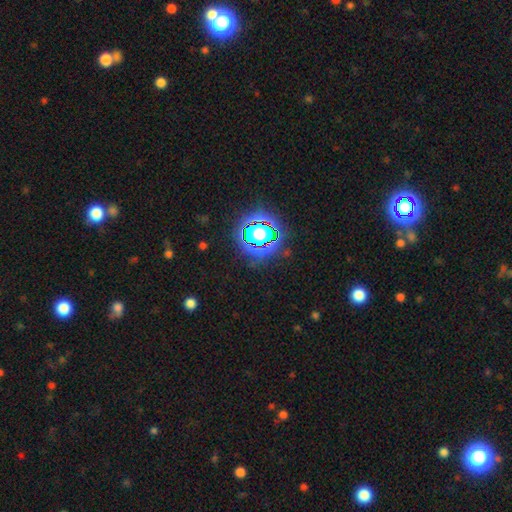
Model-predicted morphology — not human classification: Smooth or featured? Predicted: star or artifact (p=0.80).